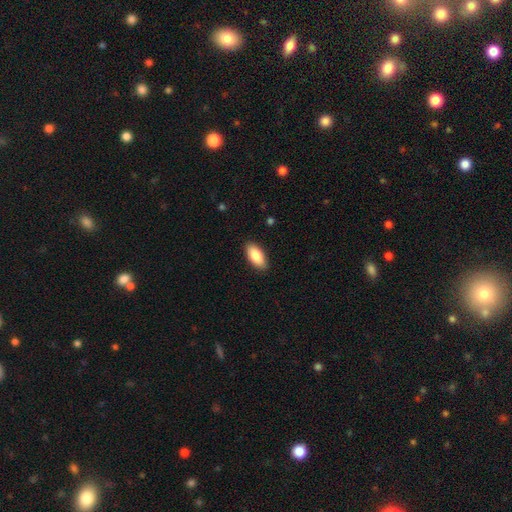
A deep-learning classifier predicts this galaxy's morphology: smooth-or-featured: smooth: 86% | featured or disk: 8% | star or artifact: 6%
  how-rounded: in between: 90% | cigar-shaped: 8% | round: 2%
  merging: none: 88% | minor disturbance: 9% | major disturbance: 2% | merger: 1%